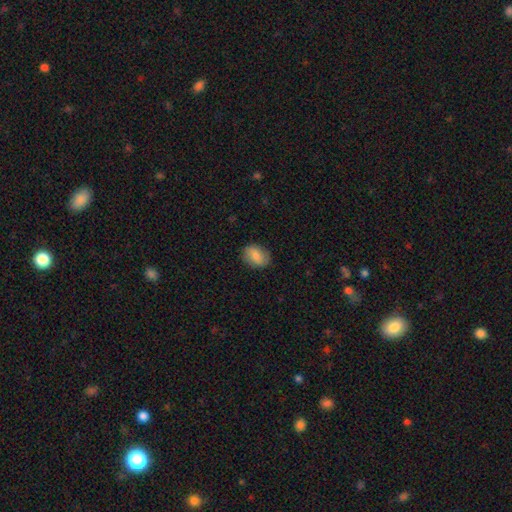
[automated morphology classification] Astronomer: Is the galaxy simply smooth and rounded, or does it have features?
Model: smooth — 81%.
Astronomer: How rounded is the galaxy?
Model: in between — 71%.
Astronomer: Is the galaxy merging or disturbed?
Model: none — 84%.